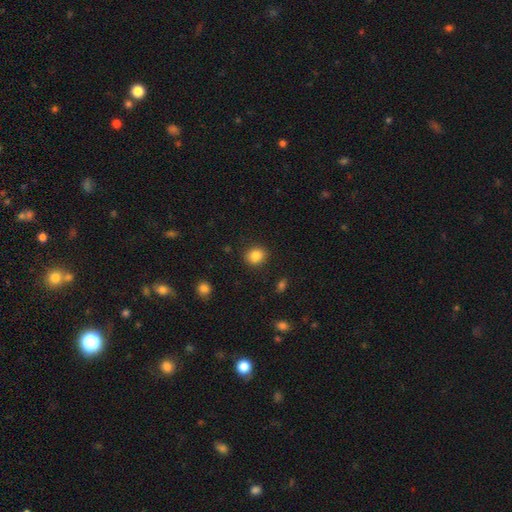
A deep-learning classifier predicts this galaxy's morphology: This is clearly a smooth galaxy (85%). How rounded: likely round (68%). Merging: clearly none (88%).